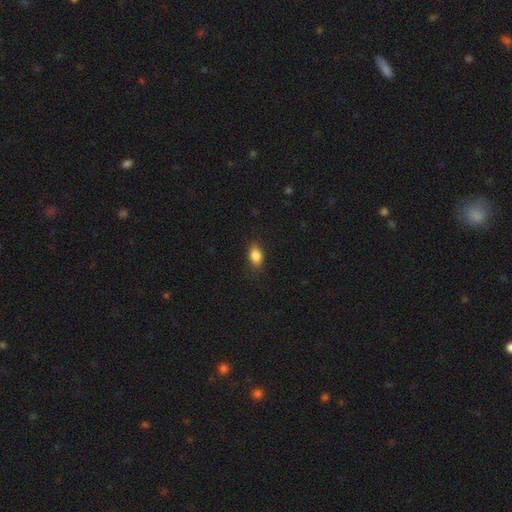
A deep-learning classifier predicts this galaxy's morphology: smooth-or-featured: smooth: 85% | star or artifact: 9% | featured or disk: 6%
  how-rounded: in between: 84% | round: 12% | cigar-shaped: 4%
  merging: none: 84% | minor disturbance: 13% | major disturbance: 3% | merger: 1%